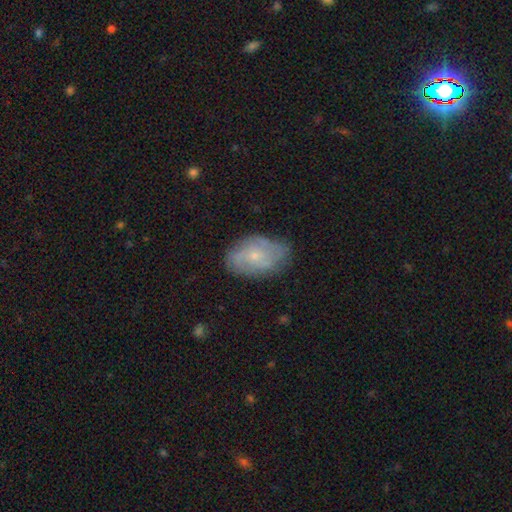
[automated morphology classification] Smooth or featured? Predicted: featured or disk (p=0.60). Edge-on disk? Predicted: no (p=0.96). Bar? Predicted: no (p=0.77). Spiral arms? Predicted: yes (p=0.81). Bulge size? Predicted: small (p=0.71). Merging? Predicted: none (p=0.70).